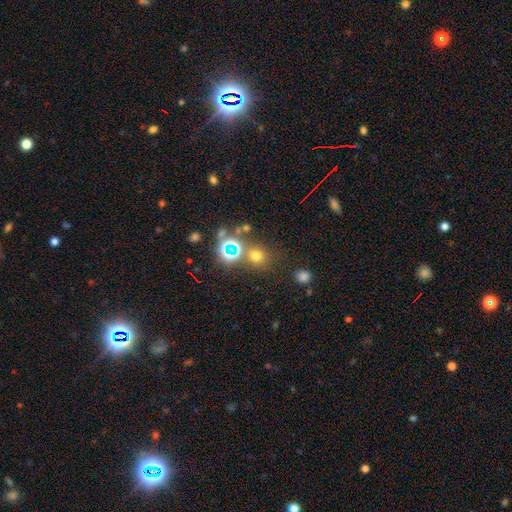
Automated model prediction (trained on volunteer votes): A smooth galaxy with no disk features (61%) that is round (85%). Merging: none (72%).